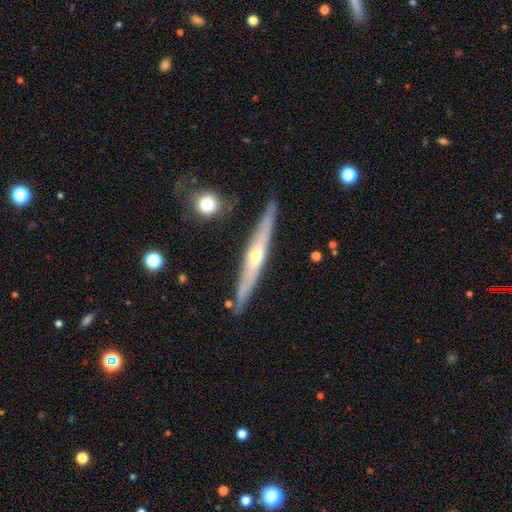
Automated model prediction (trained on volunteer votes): smooth-or-featured: featured or disk: 75% | smooth: 19% | star or artifact: 6%
  disk-edge-on: yes: 96% | no: 4%
    edge-on-bulge: rounded: 85% | none: 12% | boxy: 3%
  merging: none: 87% | minor disturbance: 9% | merger: 3% | major disturbance: 2%